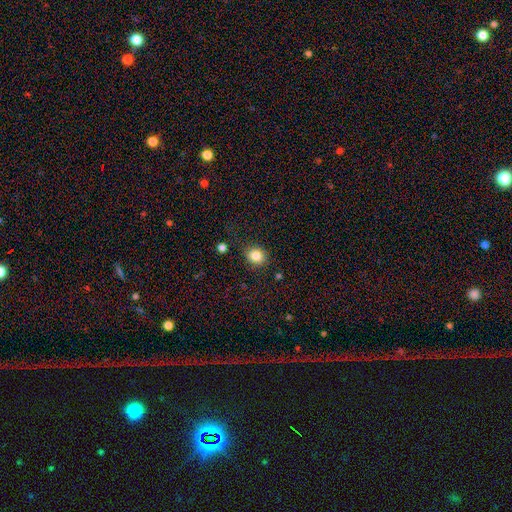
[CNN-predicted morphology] This appears to be a smooth galaxy with no disk features (84%) that is round (72%). Merging: none (86%).